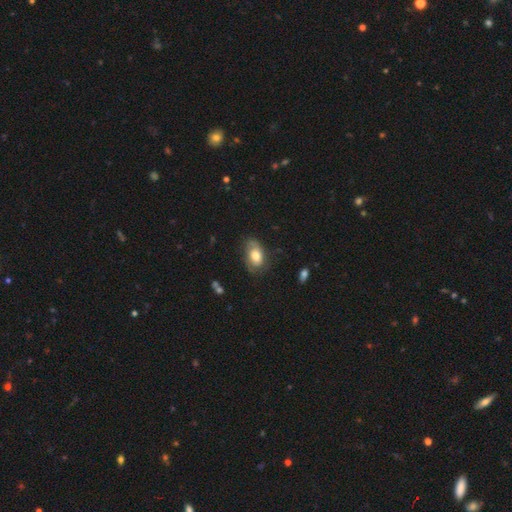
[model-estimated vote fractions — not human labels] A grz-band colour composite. It shows a smooth galaxy with no disk features (63%) that is in between round and cigar-shaped (88%). Merging: none (60%).